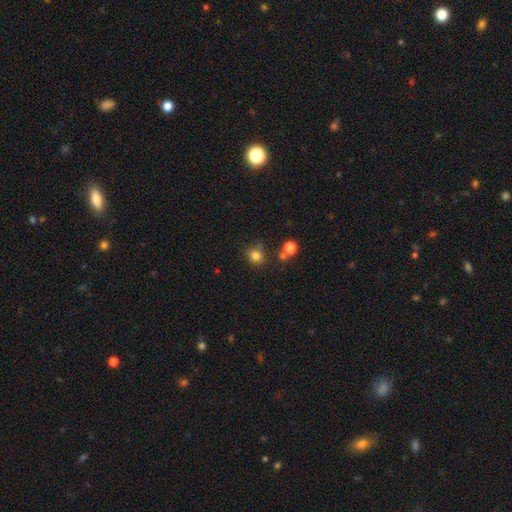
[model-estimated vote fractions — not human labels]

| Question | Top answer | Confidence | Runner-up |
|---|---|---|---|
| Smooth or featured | smooth | 81% | star or artifact (14%) |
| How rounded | round | 86% | in between (13%) |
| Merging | none | 73% | minor disturbance (13%) |